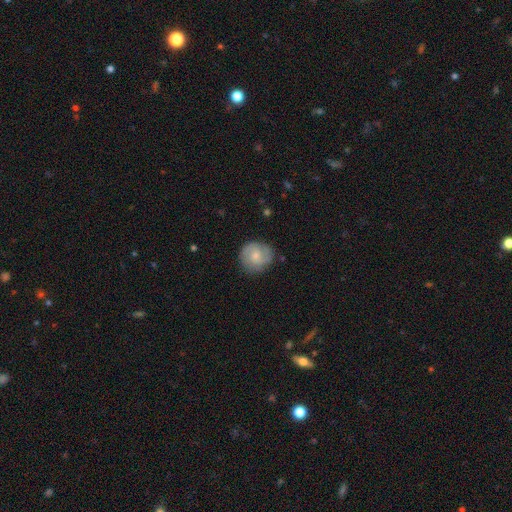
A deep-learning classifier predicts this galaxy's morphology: Q: Smooth or featured?
A: featured or disk (54%); runner-up: smooth (39%)
Q: Edge-on disk?
A: no (98%); runner-up: yes (2%)
Q: Bar?
A: no (66%); runner-up: weak (30%)
Q: Spiral arms?
A: yes (88%); runner-up: no (12%)
Q: Bulge size?
A: small (51%); runner-up: moderate (40%)
Q: Merging?
A: none (79%); runner-up: minor disturbance (16%)